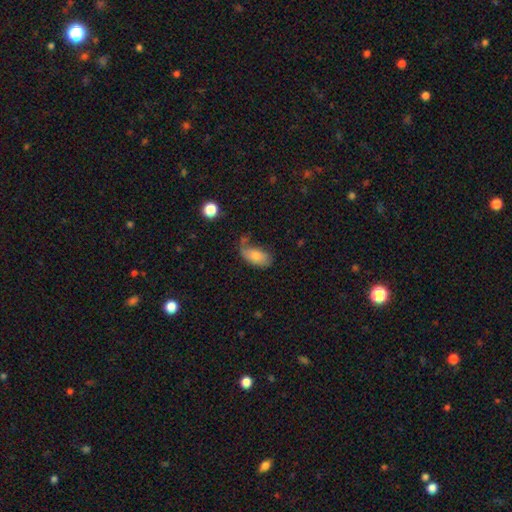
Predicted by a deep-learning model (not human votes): Morphology: type=smooth (76%); roundness=in between (92%); merging=none (45%).